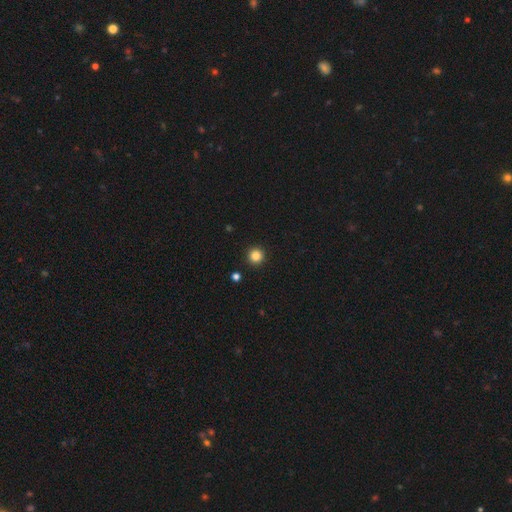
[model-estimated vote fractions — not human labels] Q: Smooth or featured?
A: smooth (84%); runner-up: star or artifact (12%)
Q: How rounded?
A: round (96%); runner-up: in between (3%)
Q: Merging?
A: none (93%); runner-up: minor disturbance (4%)